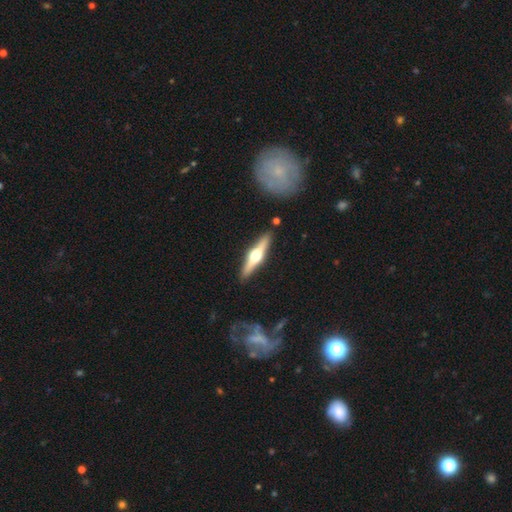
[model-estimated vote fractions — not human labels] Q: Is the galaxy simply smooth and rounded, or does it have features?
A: featured or disk — 71%.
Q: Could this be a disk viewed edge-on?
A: yes — 97%.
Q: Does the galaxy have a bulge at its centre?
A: rounded — 96%.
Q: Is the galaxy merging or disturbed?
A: none — 89%.